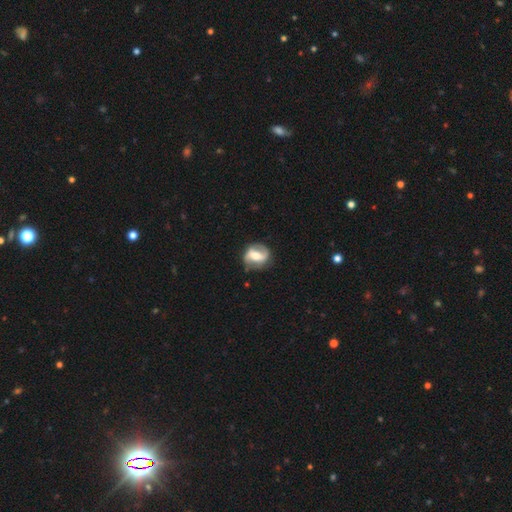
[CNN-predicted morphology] The model was most divided on "spiral winding": medium: 40%, loose: 33%, tight: 27%. Remaining: edge-on disk — no (95%); spiral arm count — 2 (81%); spiral arms — yes (78%); merging — none (72%); smooth or featured — featured or disk (69%); bulge size — moderate (52%); bar — strong (47%).